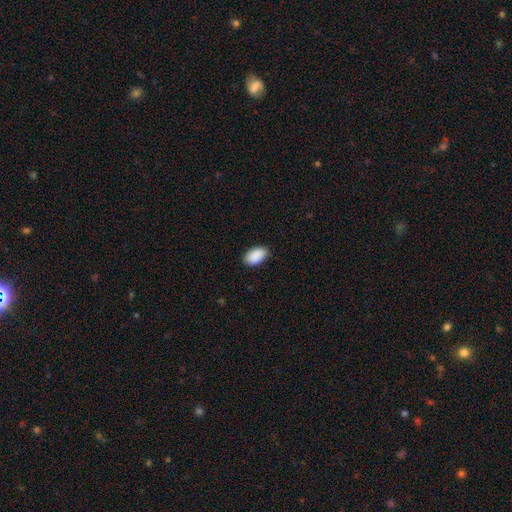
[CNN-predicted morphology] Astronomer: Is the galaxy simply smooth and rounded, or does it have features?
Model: smooth — 91%.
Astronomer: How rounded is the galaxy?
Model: in between — 95%.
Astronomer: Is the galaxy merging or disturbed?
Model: none — 86%.